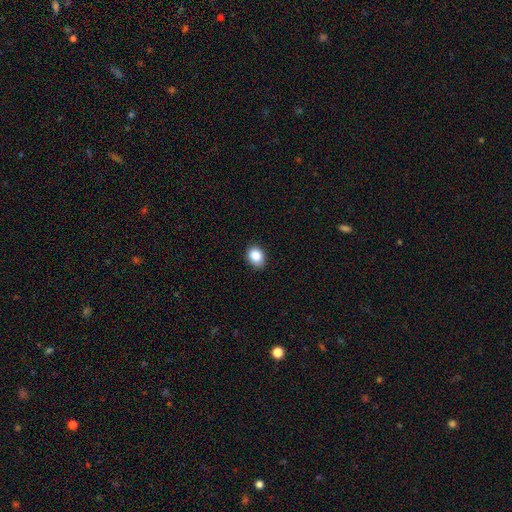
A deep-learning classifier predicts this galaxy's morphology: A smooth galaxy with no disk features (87%) that is in between round and cigar-shaped (60%). Merging: none (83%).